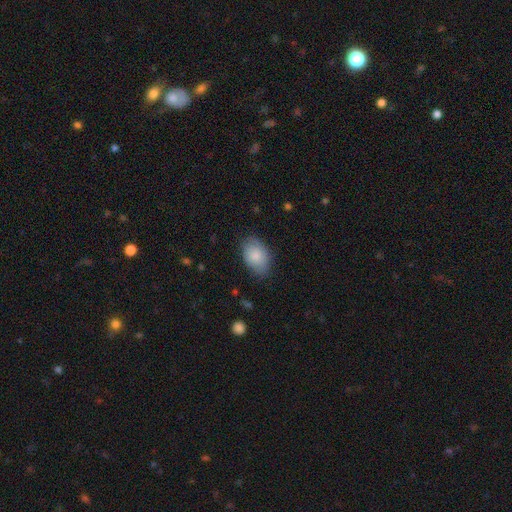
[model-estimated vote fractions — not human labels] A smooth galaxy with no disk features (84%) that is in between round and cigar-shaped (88%).

Vote fractions:
- Smooth or featured? smooth: 84% / featured or disk: 10% / star or artifact: 6%
- How rounded? in between: 88% / round: 11% / cigar-shaped: 1%
- Merging? none: 76% / minor disturbance: 19% / major disturbance: 4% / merger: 1%